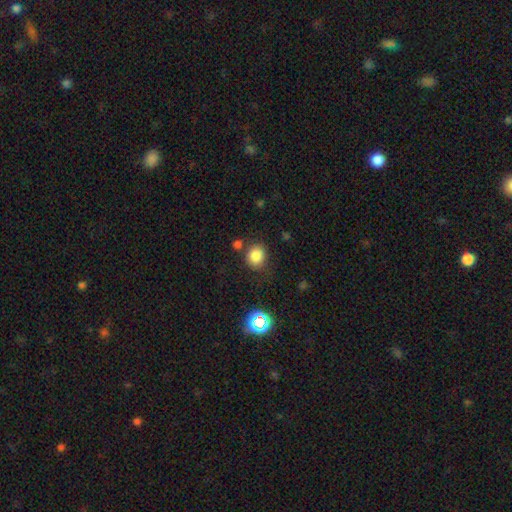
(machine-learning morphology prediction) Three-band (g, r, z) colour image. It shows a smooth galaxy with no disk features (82%) that is round (77%). Merging: none (77%).